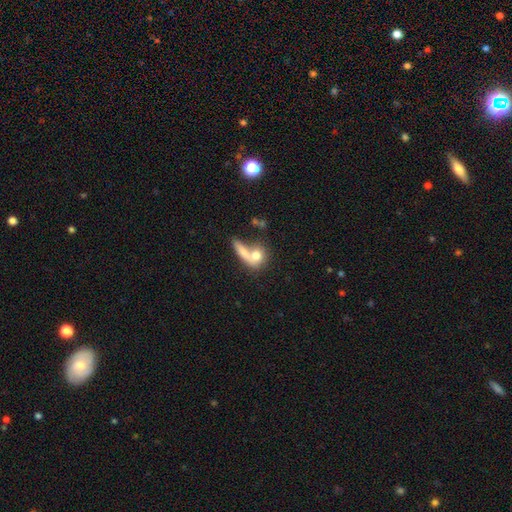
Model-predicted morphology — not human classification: smooth-or-featured: smooth: 69% | featured or disk: 21% | star or artifact: 10%
  how-rounded: round: 53% | in between: 35% | cigar-shaped: 12%
  merging: merger: 48% | none: 32% | major disturbance: 10% | minor disturbance: 10%